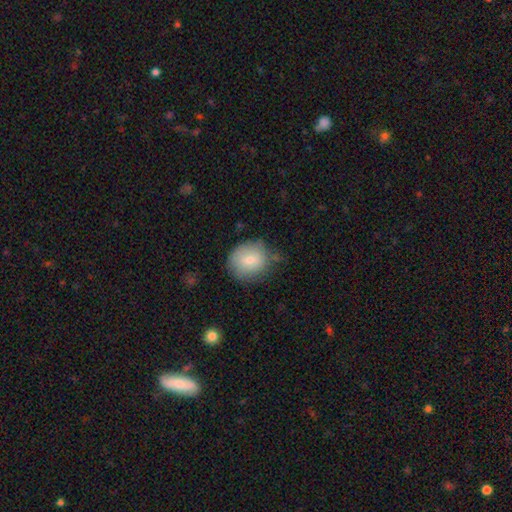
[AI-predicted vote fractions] Smooth or featured? smooth (78%)
How rounded? round (76%)
Merging? none (68%)